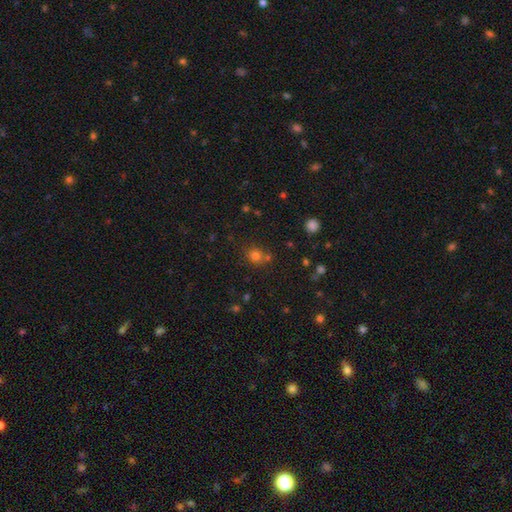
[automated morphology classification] A smooth galaxy with no disk features (73%) that is round (83%).

Vote fractions:
- Smooth or featured? smooth: 73% / star or artifact: 20% / featured or disk: 7%
- How rounded? round: 83% / in between: 16% / cigar-shaped: 1%
- Merging? none: 69% / merger: 16% / minor disturbance: 11% / major disturbance: 4%